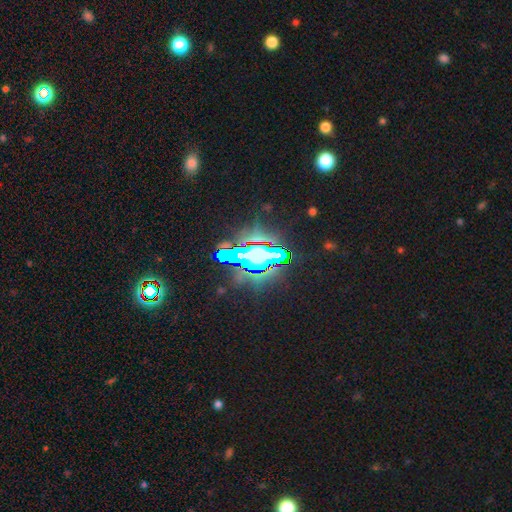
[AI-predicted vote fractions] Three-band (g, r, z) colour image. It shows a star or artifact, not a galaxy (65%).